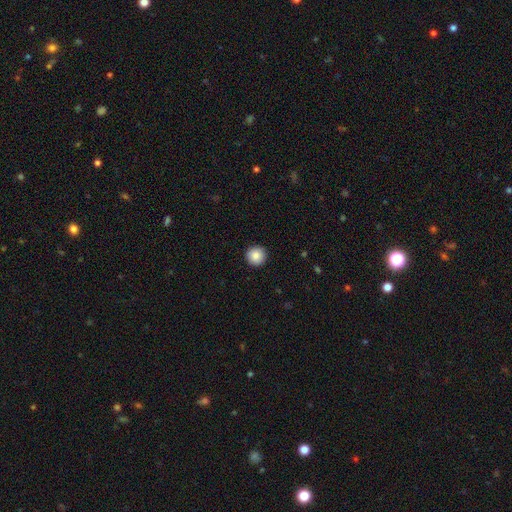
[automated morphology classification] A smooth galaxy with no disk features (87%) that is round (95%).

Vote fractions:
- Smooth or featured? smooth: 87% / star or artifact: 8% / featured or disk: 4%
- How rounded? round: 95% / in between: 4% / cigar-shaped: 1%
- Merging? none: 93% / minor disturbance: 5% / major disturbance: 1% / merger: 1%